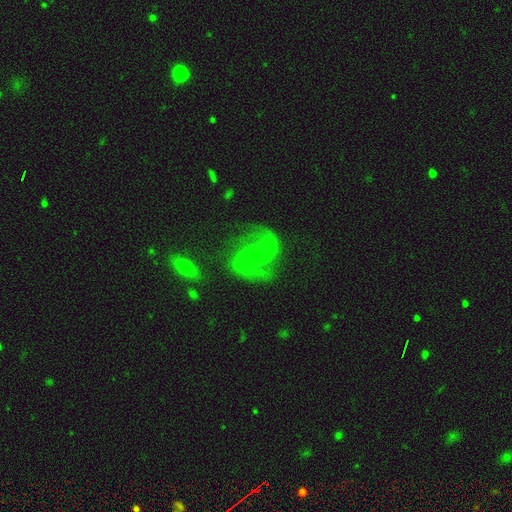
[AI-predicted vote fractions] featured or disk 91%, star or artifact 5%, smooth 4%. Down the decision tree: edge-on disk — no (98%); bar — no (45%); spiral arms — yes (98%); spiral arm count — 2 (94%); spiral winding — medium (55%); bulge size — small (68%); merging — none (77%).